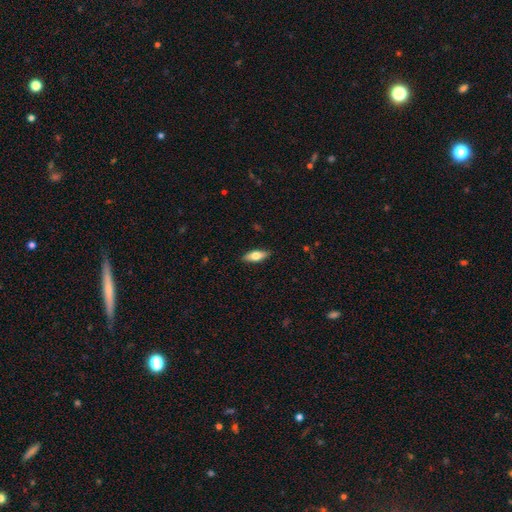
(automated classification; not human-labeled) A smooth galaxy with no disk features (67%) that is in between round and cigar-shaped (71%). Merging: none (88%).